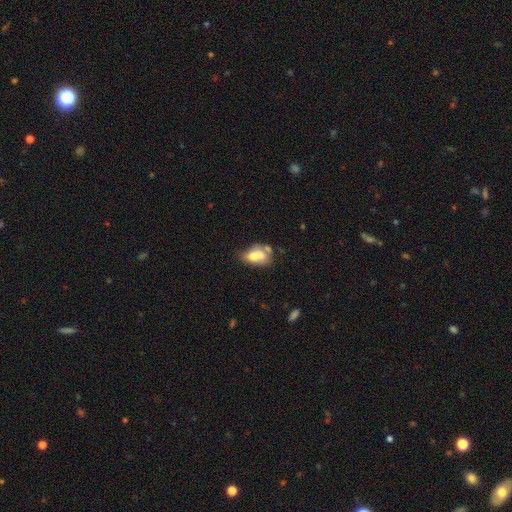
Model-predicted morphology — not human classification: Q: Smooth or featured?
A: smooth (65%); runner-up: featured or disk (26%)
Q: How rounded?
A: in between (85%); runner-up: round (12%)
Q: Merging?
A: merger (34%); runner-up: none (32%)